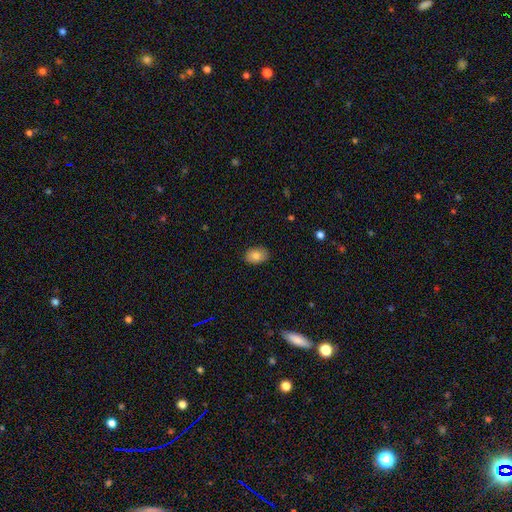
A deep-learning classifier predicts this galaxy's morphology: smooth_or_featured: smooth (p=0.81) [alt: featured or disk p=0.11]
how_rounded: in between (p=0.81) [alt: round p=0.18]
merging: none (p=0.85) [alt: minor disturbance p=0.12]